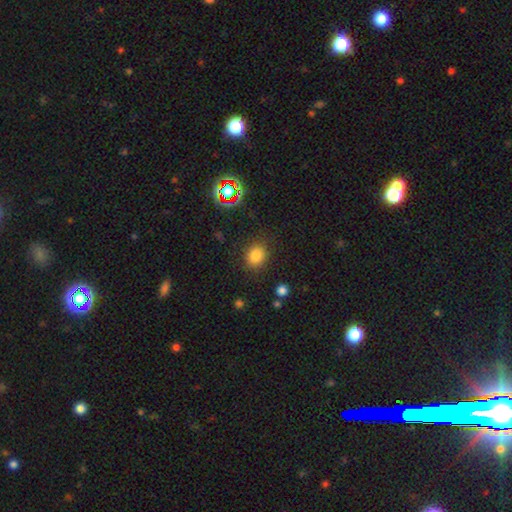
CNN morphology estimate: Smooth or featured?
  - smooth: 80% *
  - star or artifact: 13%
  - featured or disk: 6%
How rounded?
  - round: 66% *
  - in between: 33%
  - cigar-shaped: 1%
Merging?
  - none: 84% *
  - minor disturbance: 11%
  - major disturbance: 4%
  - merger: 2%